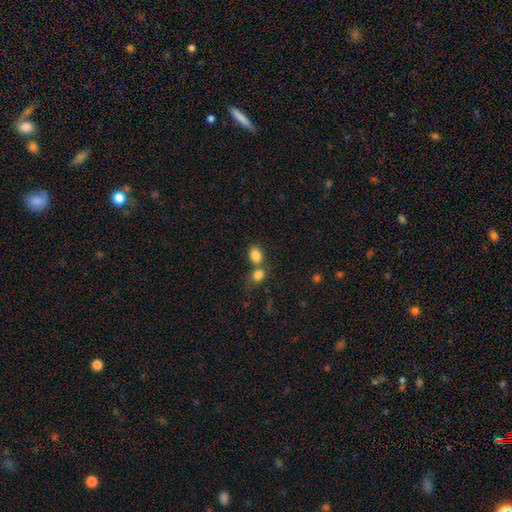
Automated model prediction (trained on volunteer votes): A smooth galaxy with no disk features (84%) that is in between round and cigar-shaped (59%). Merging: none (45%).